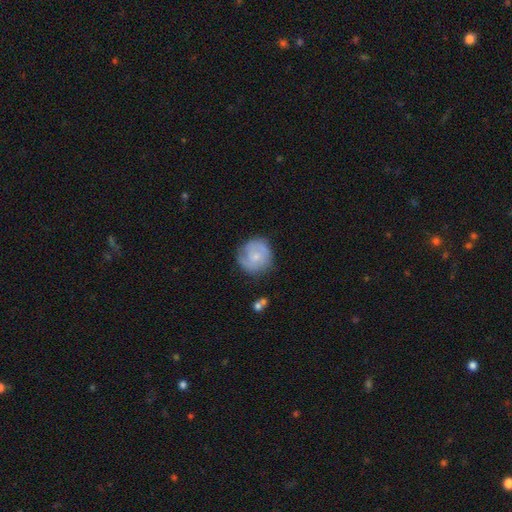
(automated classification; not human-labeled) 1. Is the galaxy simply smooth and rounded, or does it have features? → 59% featured or disk, 35% smooth, 6% star or artifact.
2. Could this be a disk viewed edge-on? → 98% no, 2% yes.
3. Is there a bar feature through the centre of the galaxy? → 69% no, 27% weak, 4% strong.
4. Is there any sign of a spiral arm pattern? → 85% yes, 15% no.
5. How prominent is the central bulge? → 64% small, 27% moderate, 7% none, 2% large, 1% dominant.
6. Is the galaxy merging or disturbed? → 72% none, 19% minor disturbance, 6% major disturbance, 2% merger.